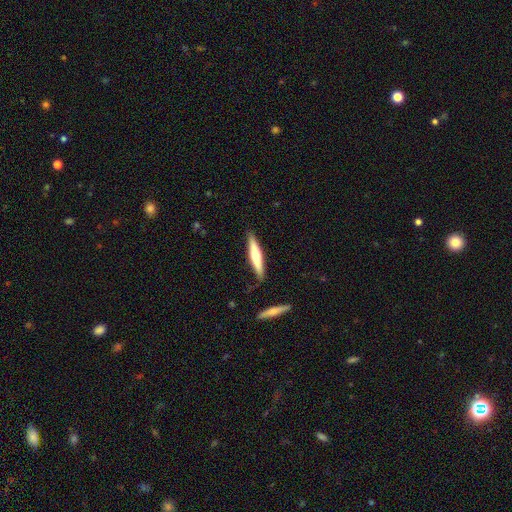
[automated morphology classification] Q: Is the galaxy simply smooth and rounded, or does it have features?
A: smooth — 53%.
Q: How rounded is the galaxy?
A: cigar-shaped — 89%.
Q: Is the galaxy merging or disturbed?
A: none — 81%.